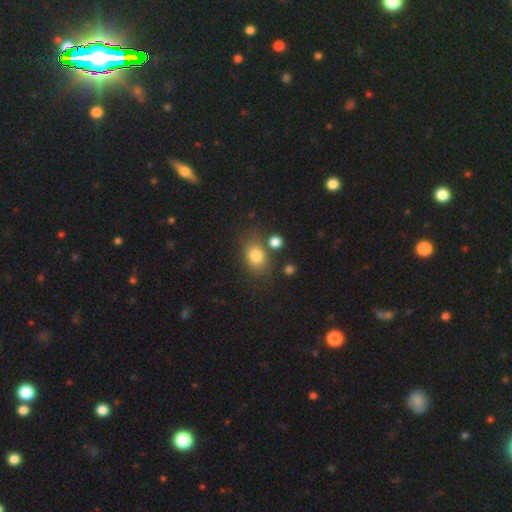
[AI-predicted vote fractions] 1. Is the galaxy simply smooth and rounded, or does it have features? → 79% smooth, 11% star or artifact, 10% featured or disk.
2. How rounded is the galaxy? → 65% in between, 33% round, 2% cigar-shaped.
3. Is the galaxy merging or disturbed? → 66% none, 16% minor disturbance, 12% merger, 6% major disturbance.